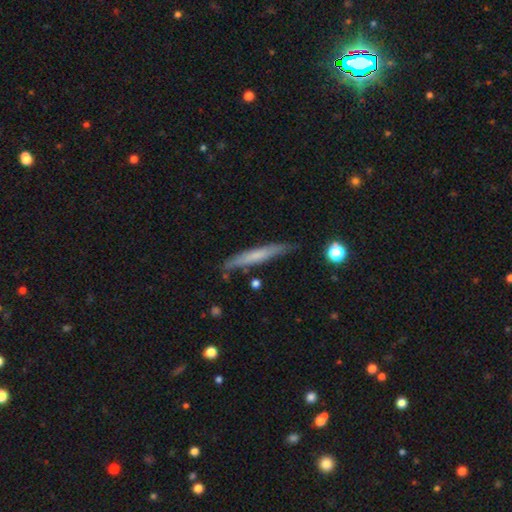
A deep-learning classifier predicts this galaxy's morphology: type=smooth (57%); roundness=cigar-shaped (94%); merging=none (80%).